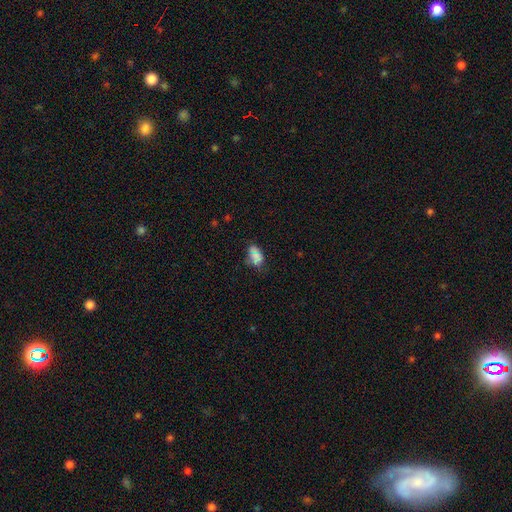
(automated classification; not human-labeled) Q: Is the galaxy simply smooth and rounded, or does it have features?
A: smooth — 71%.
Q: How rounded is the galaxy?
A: in between — 84%.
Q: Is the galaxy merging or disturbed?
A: none — 46%.